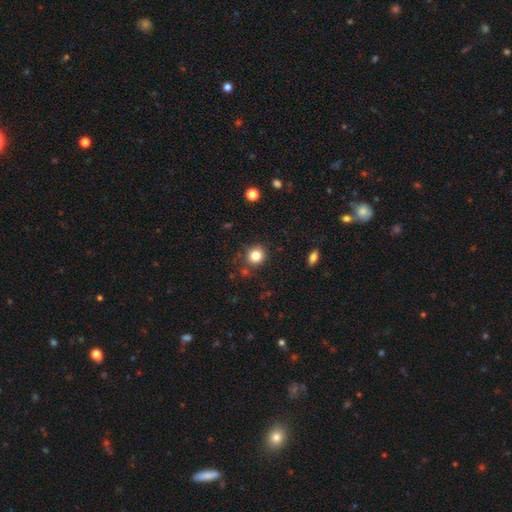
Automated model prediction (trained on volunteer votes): A smooth galaxy with no disk features (83%) that is round (84%).

Vote fractions:
- Smooth or featured? smooth: 83% / star or artifact: 11% / featured or disk: 6%
- How rounded? round: 84% / in between: 15% / cigar-shaped: 1%
- Merging? none: 84% / minor disturbance: 10% / merger: 3% / major disturbance: 3%